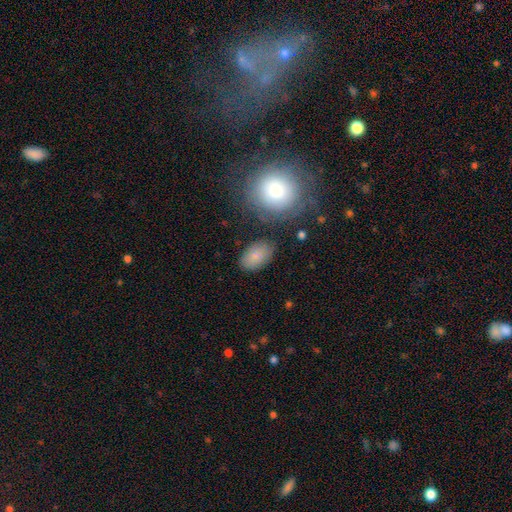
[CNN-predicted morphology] Smooth or featured: smooth — 84% (featured or disk — 9%)
How rounded: in between — 92% (round — 6%)
Merging: none — 79% (minor disturbance — 13%)